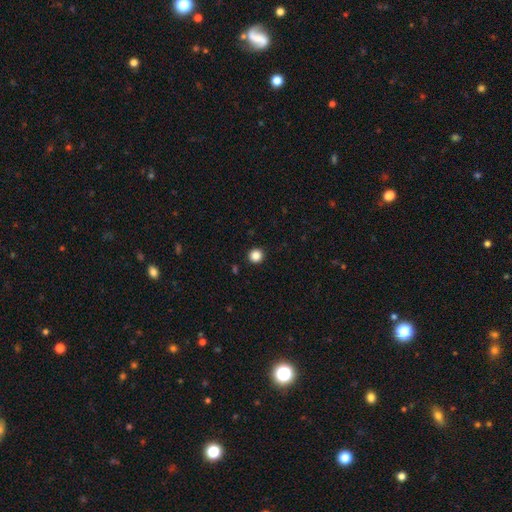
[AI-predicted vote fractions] Morphology: type=smooth (86%); roundness=round (95%); merging=none (93%).